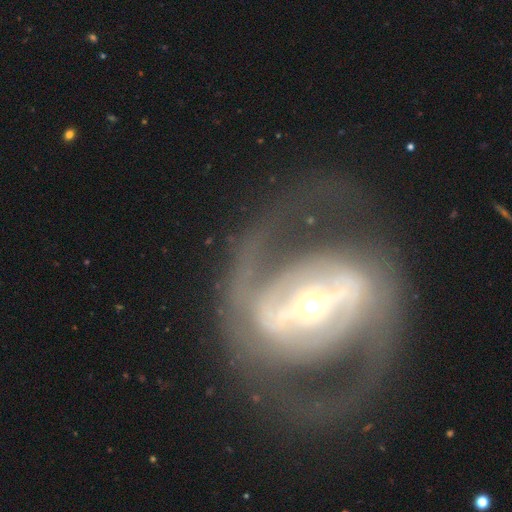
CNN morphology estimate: A featured or disk galaxy (86%) with a strong bar (64%), 2 (80%) medium (46%) spiral arms (81%) and a small central bulge (66%). Merging: none (70%).